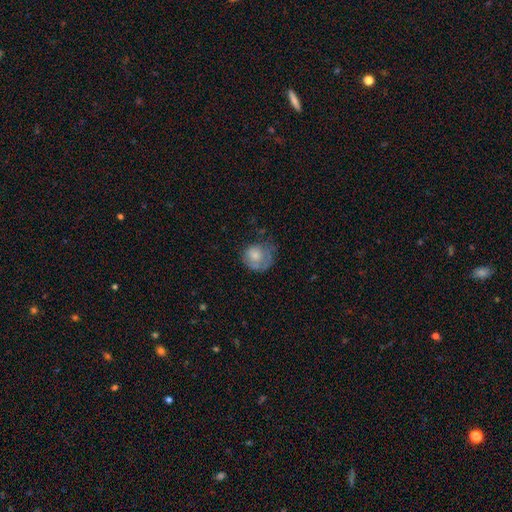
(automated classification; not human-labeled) Q: Smooth or featured?
A: smooth (66%); runner-up: featured or disk (26%)
Q: How rounded?
A: round (77%); runner-up: in between (22%)
Q: Merging?
A: none (40%); runner-up: minor disturbance (30%)